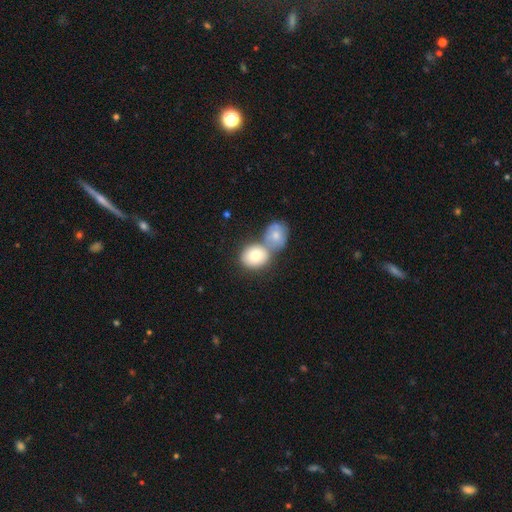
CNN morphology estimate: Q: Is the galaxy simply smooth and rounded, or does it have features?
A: smooth — 77%.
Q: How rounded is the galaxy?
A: round — 68%.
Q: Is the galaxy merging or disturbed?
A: merger — 52%.